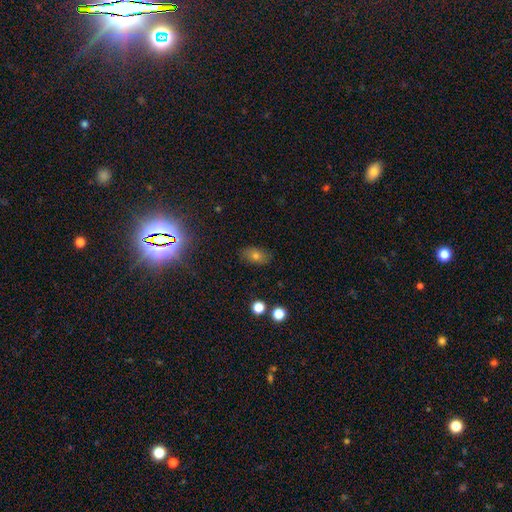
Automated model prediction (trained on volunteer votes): smooth_or_featured: smooth (p=0.68) [alt: star or artifact p=0.19]
how_rounded: in between (p=0.86) [alt: round p=0.12]
merging: none (p=0.83) [alt: minor disturbance p=0.12]